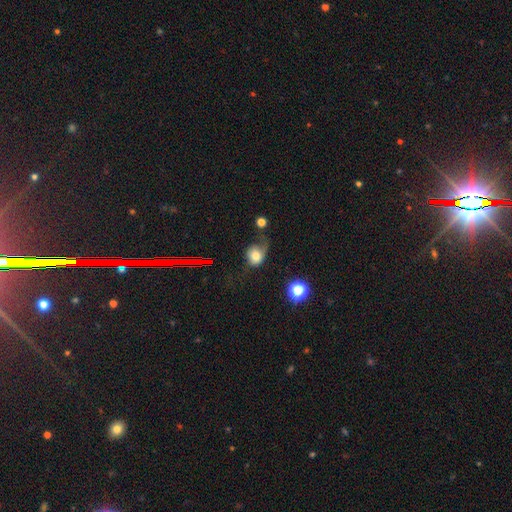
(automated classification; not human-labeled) smooth 66%, featured or disk 23%, star or artifact 11%. Down the decision tree: how rounded — round (60%); merging — major disturbance (39%).